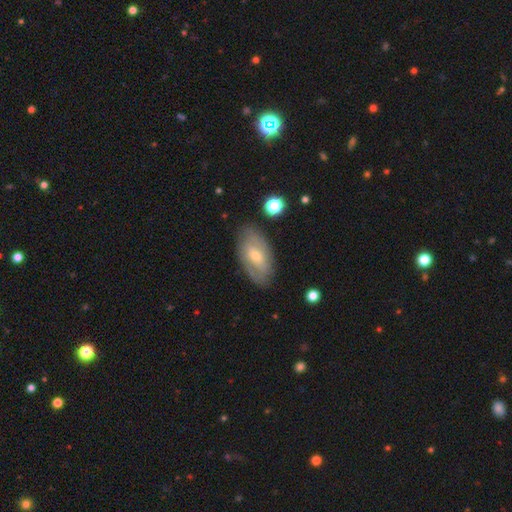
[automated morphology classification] smooth_or_featured: featured or disk (p=0.58) [alt: smooth p=0.36]
disk_edge_on: no (p=0.91) [alt: yes p=0.09]
bar: no (p=0.48) [alt: weak p=0.40]
has_spiral_arms: yes (p=0.62) [alt: no p=0.38]
bulge_size: small (p=0.58) [alt: moderate p=0.38]
merging: none (p=0.78) [alt: minor disturbance p=0.16]